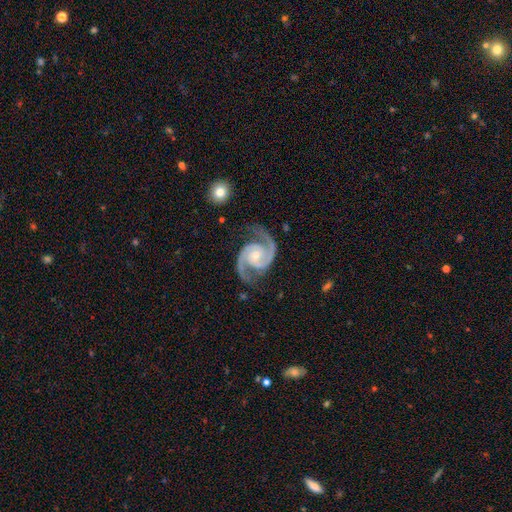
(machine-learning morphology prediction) This is clearly a featured or disk galaxy (95%). It is clearly not viewed edge-on (98%). Bar: likely no (65%). Spiral arm pattern: clearly yes (99%). Spiral arm count: clearly 2 (94%). Spiral winding: likely medium (63%). Central bulge: possibly small (60%). Merging: clearly none (80%).